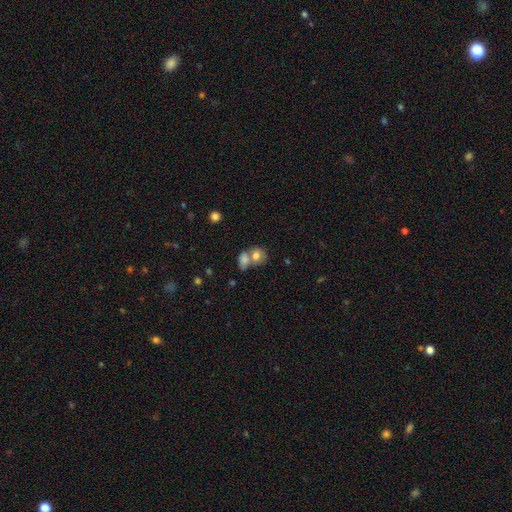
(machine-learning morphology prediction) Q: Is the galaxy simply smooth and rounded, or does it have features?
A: smooth — 75%.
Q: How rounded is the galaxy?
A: round — 57%.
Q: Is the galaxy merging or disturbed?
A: merger — 55%.